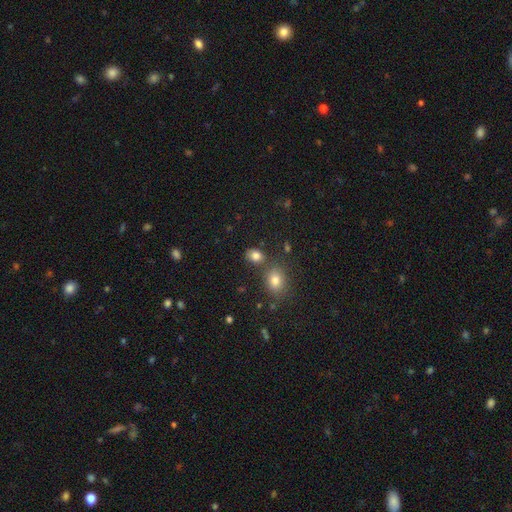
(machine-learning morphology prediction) Q: Smooth or featured?
A: smooth (82%); runner-up: star or artifact (12%)
Q: How rounded?
A: in between (66%); runner-up: round (33%)
Q: Merging?
A: none (69%); runner-up: merger (16%)